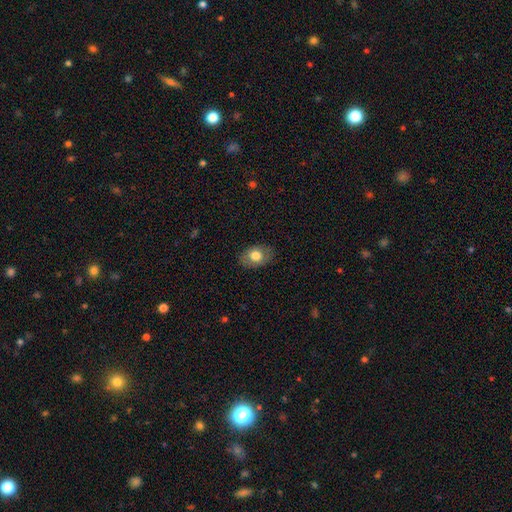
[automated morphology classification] type=smooth (76%); roundness=in between (77%); merging=none (83%).